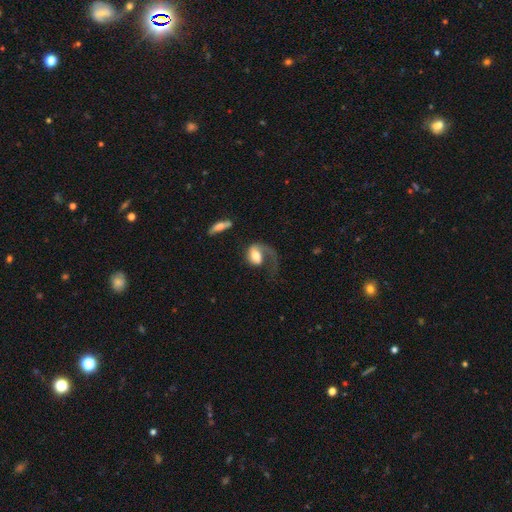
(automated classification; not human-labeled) Smooth or featured? featured or disk (62%)
Edge-on disk? no (95%)
Bar? no (56%)
Spiral arms? yes (86%)
Spiral winding? loose (56%)
Spiral arm count? 1 (85%)
Bulge size? moderate (46%)
Merging? major disturbance (51%)